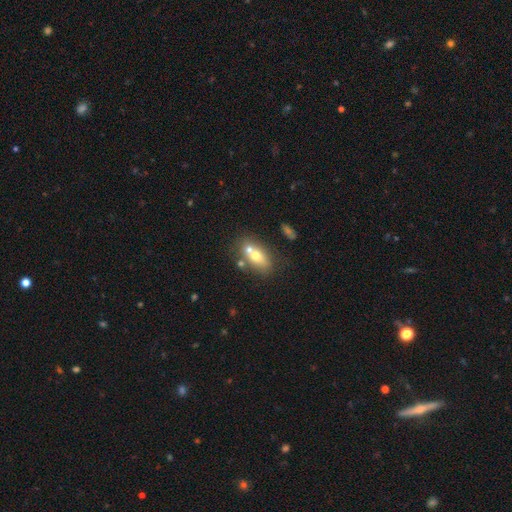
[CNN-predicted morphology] Smooth or featured? Predicted: smooth (p=0.62). How rounded? Predicted: in between (p=0.73). Merging? Predicted: none (p=0.42).